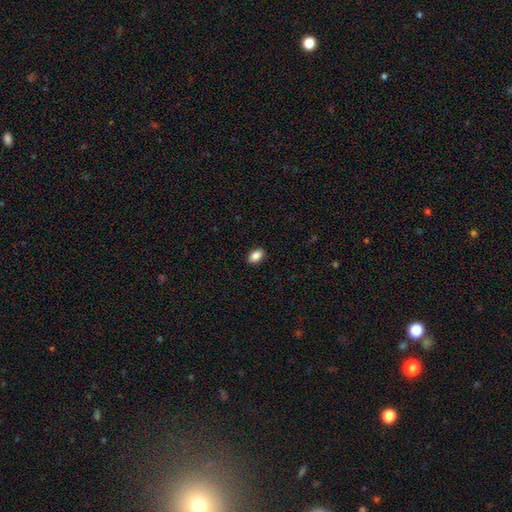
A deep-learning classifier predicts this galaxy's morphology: smooth 87%, star or artifact 8%, featured or disk 5%. Down the decision tree: how rounded — in between (90%); merging — none (90%).